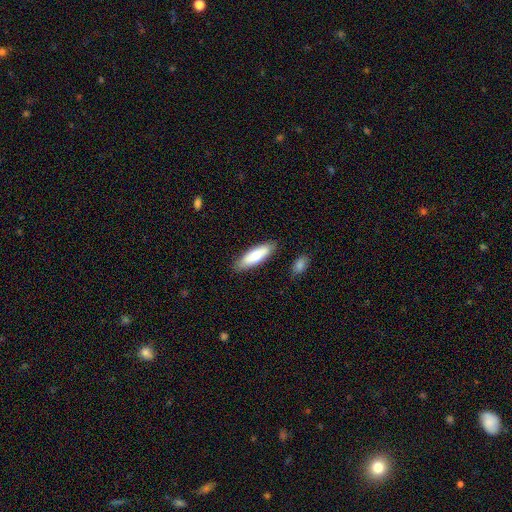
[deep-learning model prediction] smooth 74%, featured or disk 20%, star or artifact 6%. Down the decision tree: how rounded — in between (53%); merging — none (84%).